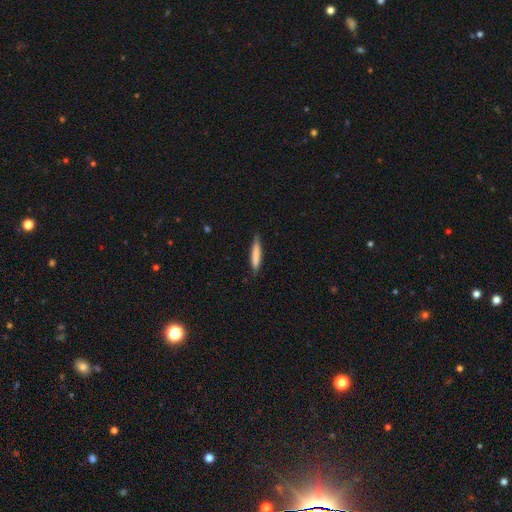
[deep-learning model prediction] Q: Smooth or featured?
A: smooth (78%); runner-up: featured or disk (16%)
Q: How rounded?
A: cigar-shaped (90%); runner-up: in between (9%)
Q: Merging?
A: none (80%); runner-up: minor disturbance (17%)